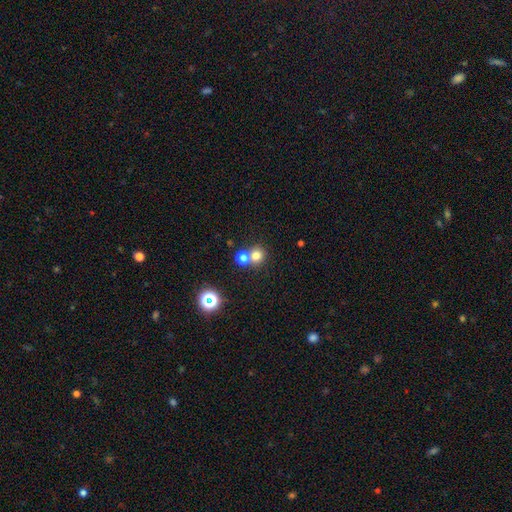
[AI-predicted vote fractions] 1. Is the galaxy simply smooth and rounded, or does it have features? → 74% smooth, 17% star or artifact, 9% featured or disk.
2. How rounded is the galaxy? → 88% round, 11% in between, 1% cigar-shaped.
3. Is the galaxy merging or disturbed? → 54% none, 37% merger, 6% minor disturbance, 3% major disturbance.